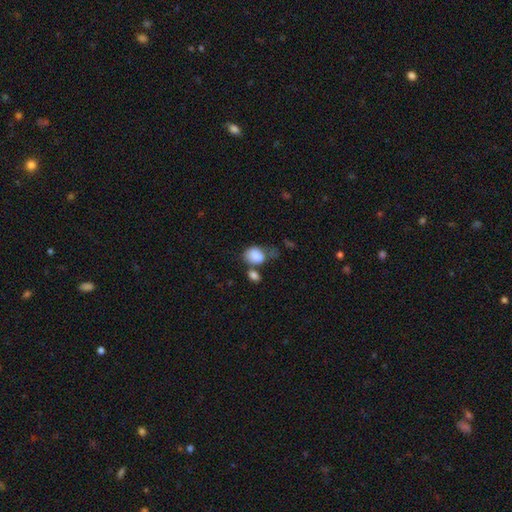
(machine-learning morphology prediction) smooth-or-featured: smooth: 84% | star or artifact: 8% | featured or disk: 8%
  how-rounded: in between: 58% | round: 41% | cigar-shaped: 1%
  merging: none: 35% | merger: 32% | minor disturbance: 20% | major disturbance: 13%